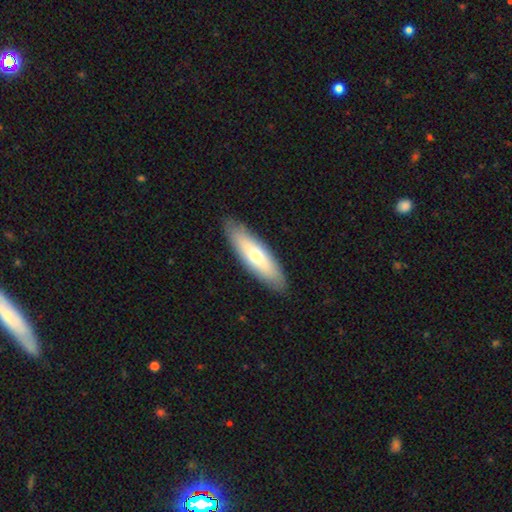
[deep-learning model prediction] Smooth or featured? smooth (59%)
How rounded? cigar-shaped (57%)
Merging? none (88%)